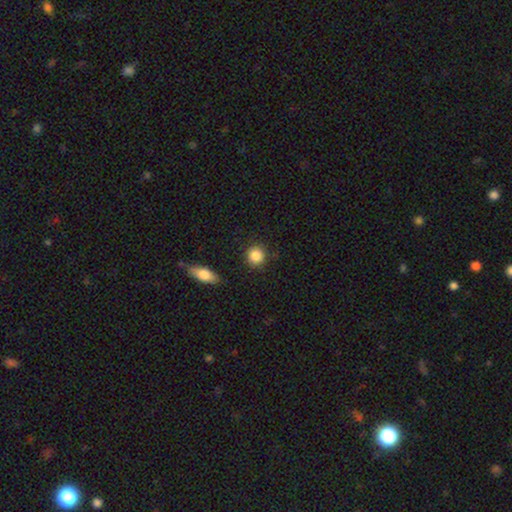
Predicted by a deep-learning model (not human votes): Smooth or featured? smooth (87%)
How rounded? round (89%)
Merging? none (87%)